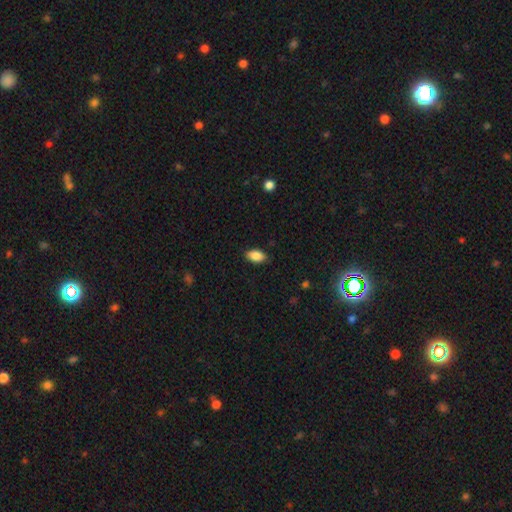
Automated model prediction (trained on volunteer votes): Smooth or featured?
  - smooth: 86% *
  - star or artifact: 7%
  - featured or disk: 6%
How rounded?
  - in between: 92% *
  - round: 5%
  - cigar-shaped: 3%
Merging?
  - none: 87% *
  - minor disturbance: 10%
  - major disturbance: 2%
  - merger: 1%